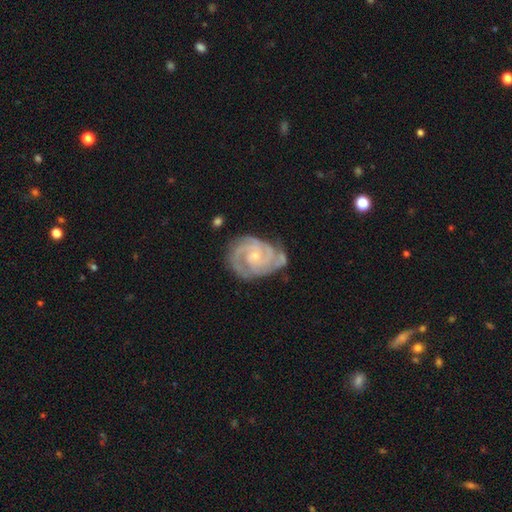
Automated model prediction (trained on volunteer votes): A featured or disk galaxy (90%) with no bar (65%), 3 (42%) tight (67%) spiral arms (98%) and a small central bulge (73%).

Vote fractions:
- Smooth or featured? featured or disk: 90% / smooth: 5% / star or artifact: 5%
- Edge-on disk? no: 98% / yes: 2%
- Bar? no: 65% / weak: 29% / strong: 7%
- Spiral arms? yes: 98% / no: 2%
- Spiral winding? tight: 67% / medium: 29% / loose: 4%
- Spiral arm count? 3: 42% / 2: 31% / can't tell: 10% / 4: 9% / 1: 4% / more than 4: 4%
- Bulge size? small: 73% / moderate: 23% / none: 2% / large: 1% / dominant: 1%
- Merging? none: 64% / minor disturbance: 24% / major disturbance: 8% / merger: 4%